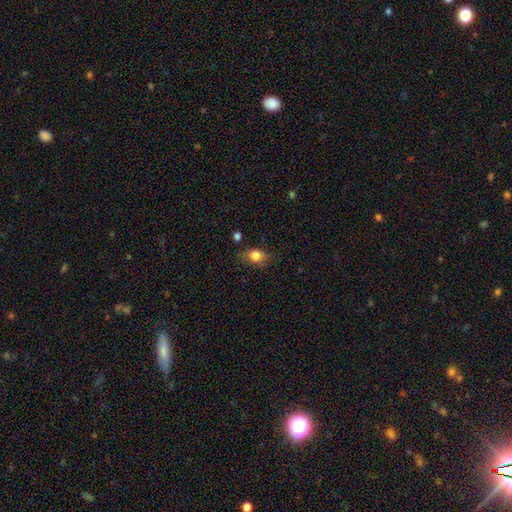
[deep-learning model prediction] Morphology: type=smooth (80%); roundness=in between (65%); merging=none (70%).